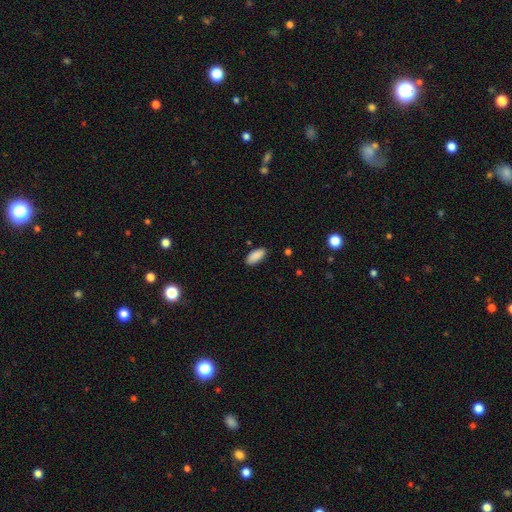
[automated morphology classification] Smooth or featured: smooth — 90% (star or artifact — 7%)
How rounded: in between — 90% (cigar-shaped — 8%)
Merging: none — 87% (minor disturbance — 10%)